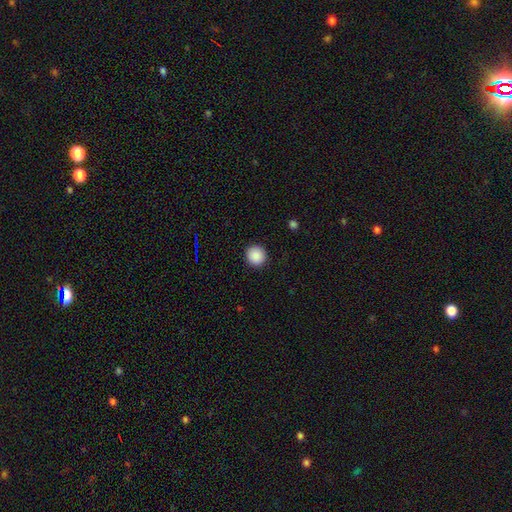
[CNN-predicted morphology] Smooth or featured: smooth — 89% (star or artifact — 9%)
How rounded: round — 92% (in between — 7%)
Merging: none — 92% (minor disturbance — 5%)